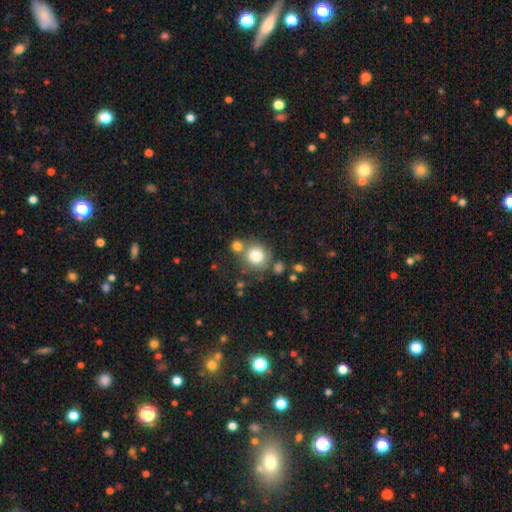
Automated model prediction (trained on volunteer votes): This appears to be a smooth galaxy with no disk features (78%) that is round (87%). Merging: none (58%).